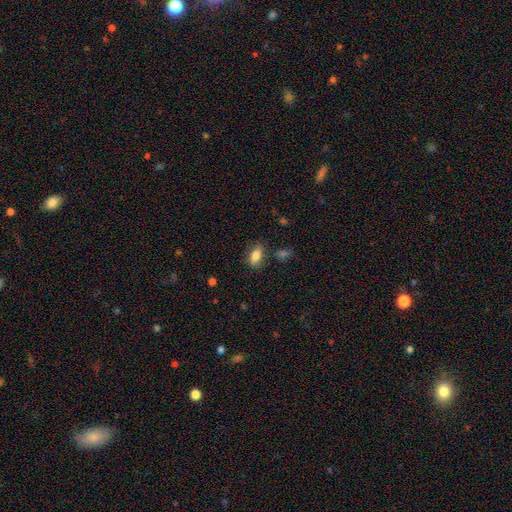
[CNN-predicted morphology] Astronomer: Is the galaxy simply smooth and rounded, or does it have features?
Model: smooth — 81%.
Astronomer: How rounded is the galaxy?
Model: in between — 85%.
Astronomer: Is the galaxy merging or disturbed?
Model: none — 78%.